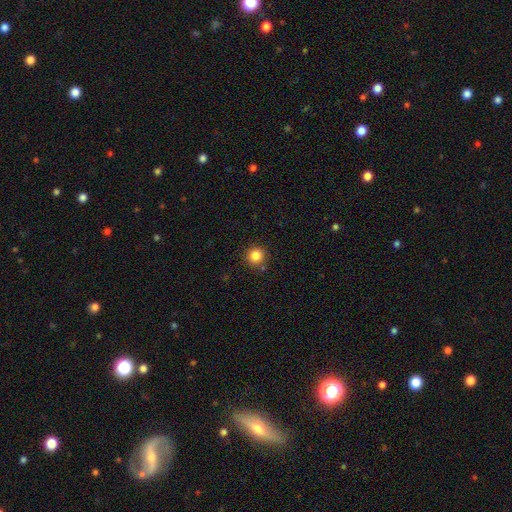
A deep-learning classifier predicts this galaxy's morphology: A smooth galaxy with no disk features (84%) that is round (91%). Merging: none (85%).